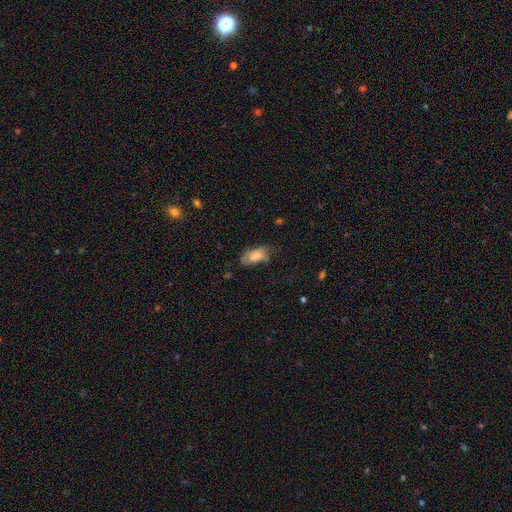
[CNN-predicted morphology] smooth_or_featured: smooth (p=0.73) [alt: featured or disk p=0.18]
how_rounded: in between (p=0.88) [alt: cigar-shaped p=0.09]
merging: none (p=0.53) [alt: minor disturbance p=0.30]